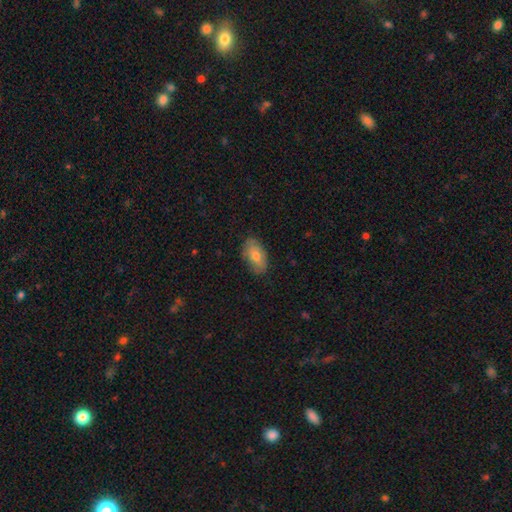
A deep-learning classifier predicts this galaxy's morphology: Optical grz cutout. It shows a smooth galaxy with no disk features (71%) that is in between round and cigar-shaped (93%). Merging: none (81%).